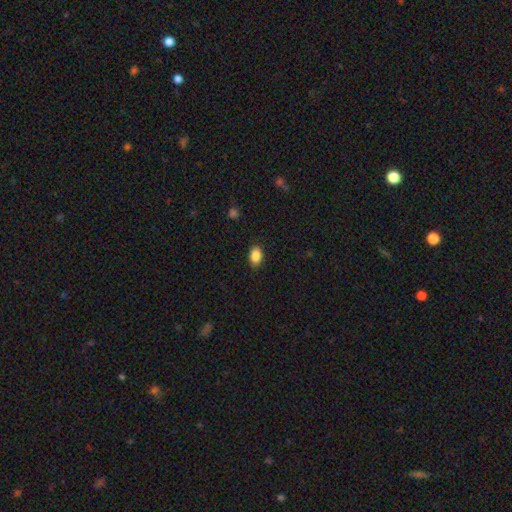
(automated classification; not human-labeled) Overall: smooth (88%). How rounded: in between (86%). Merging: none (87%).